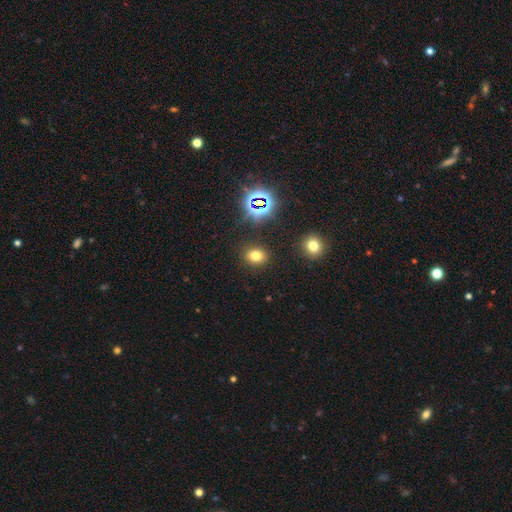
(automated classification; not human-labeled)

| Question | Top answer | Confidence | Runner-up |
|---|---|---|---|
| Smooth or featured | smooth | 70% | star or artifact (22%) |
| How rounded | round | 50% | in between (49%) |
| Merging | none | 87% | minor disturbance (7%) |